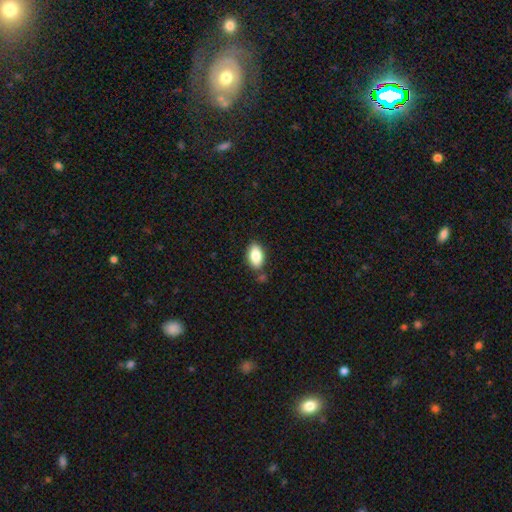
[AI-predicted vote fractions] The model was most divided on "merging": none: 77%, minor disturbance: 14%, merger: 6%, major disturbance: 3%. More confident: how rounded — in between (92%); smooth or featured — smooth (85%).